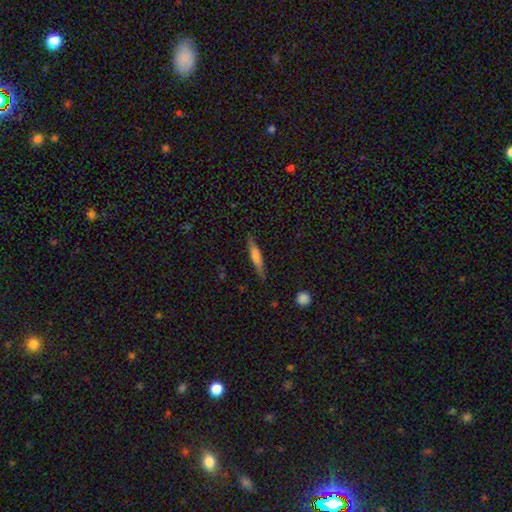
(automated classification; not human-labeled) smooth-or-featured: smooth: 55% | featured or disk: 38% | star or artifact: 7%
  how-rounded: cigar-shaped: 87% | in between: 11% | round: 2%
  merging: none: 84% | minor disturbance: 12% | major disturbance: 3% | merger: 1%